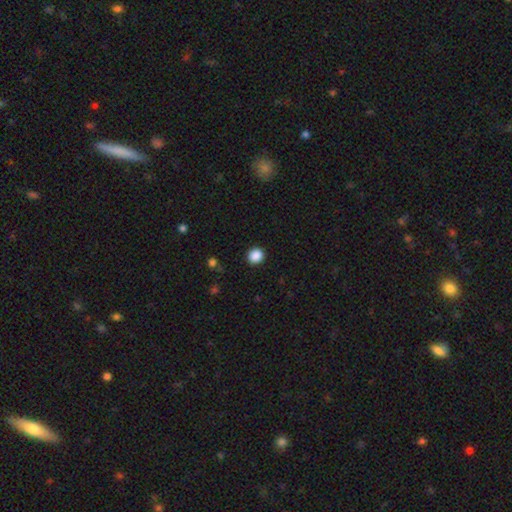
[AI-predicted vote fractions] This is clearly a smooth galaxy (88%). How rounded: clearly round (87%). Merging: clearly none (92%).